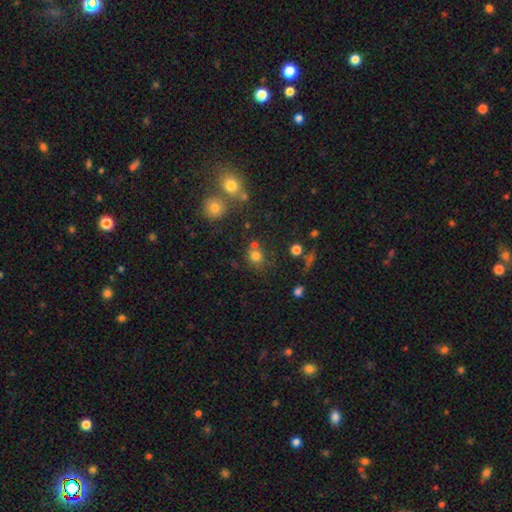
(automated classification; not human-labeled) smooth-or-featured: smooth: 75% | star or artifact: 17% | featured or disk: 8%
  how-rounded: round: 81% | in between: 18% | cigar-shaped: 1%
  merging: none: 60% | merger: 22% | minor disturbance: 13% | major disturbance: 6%